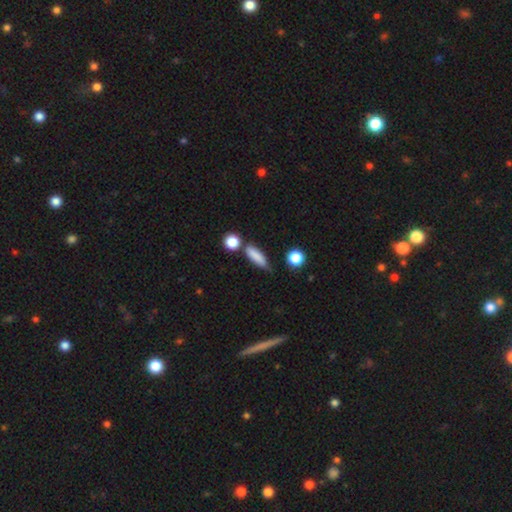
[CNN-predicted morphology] smooth 83%, featured or disk 9%, star or artifact 8%. Down the decision tree: how rounded — cigar-shaped (50%); merging — none (65%).